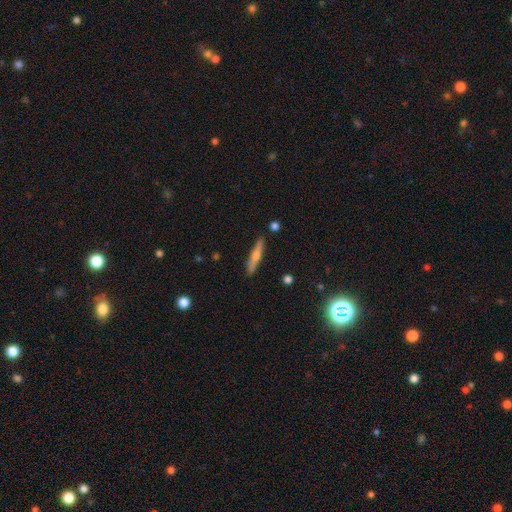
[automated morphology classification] Smooth or featured?
  - smooth: 49% *
  - featured or disk: 45%
  - star or artifact: 6%
Merging?
  - none: 87% *
  - minor disturbance: 9%
  - merger: 2%
  - major disturbance: 2%